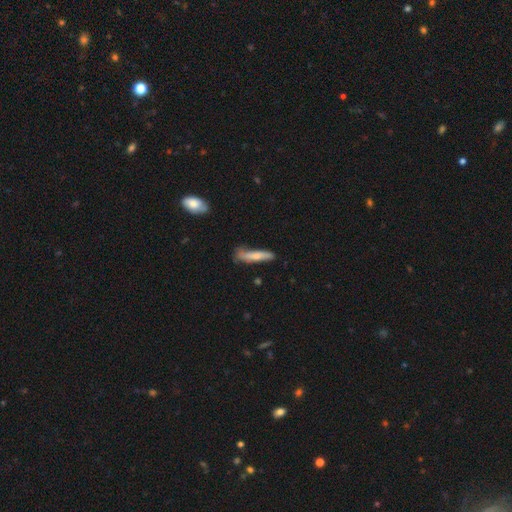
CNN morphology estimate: Smooth or featured?
  - smooth: 69% *
  - featured or disk: 26%
  - star or artifact: 6%
How rounded?
  - cigar-shaped: 87% *
  - in between: 11%
  - round: 2%
Merging?
  - none: 63% *
  - minor disturbance: 27%
  - major disturbance: 6%
  - merger: 3%